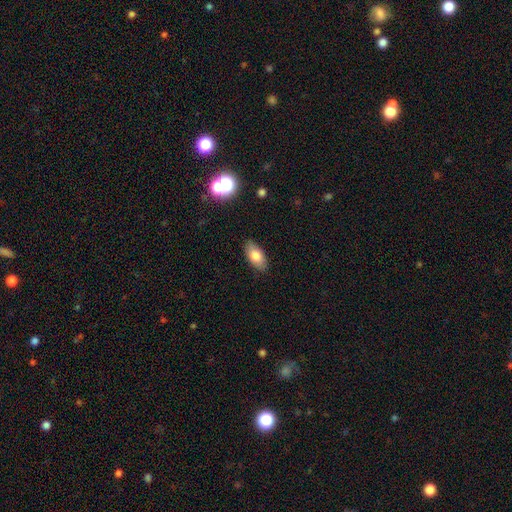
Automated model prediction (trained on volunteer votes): smooth 78%, featured or disk 14%, star or artifact 8%. Down the decision tree: how rounded — in between (91%); merging — none (87%).